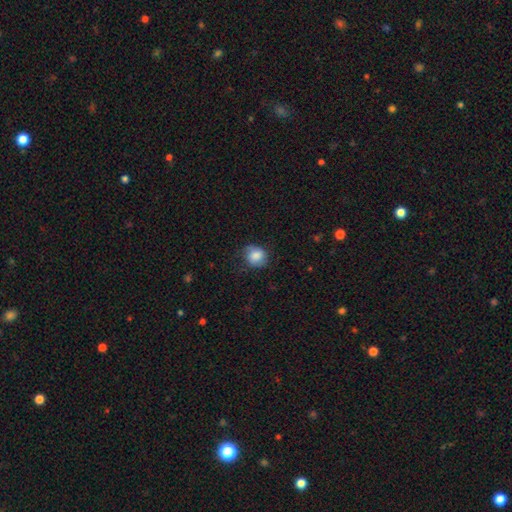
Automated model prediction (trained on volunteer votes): Smooth or featured? smooth (80%)
How rounded? round (68%)
Merging? none (62%)